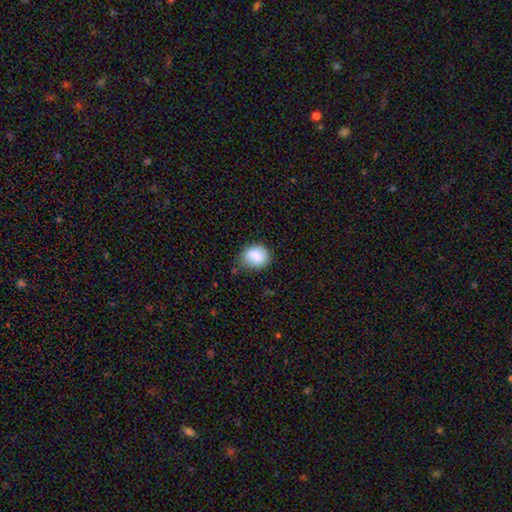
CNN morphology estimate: This is clearly a smooth galaxy (82%). How rounded: likely round (60%). Merging: likely none (64%).